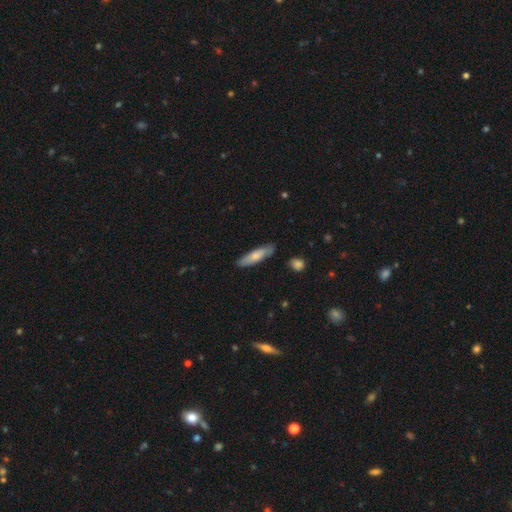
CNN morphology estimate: smooth 69%, featured or disk 26%, star or artifact 5%. Down the decision tree: how rounded — cigar-shaped (74%); merging — none (84%).